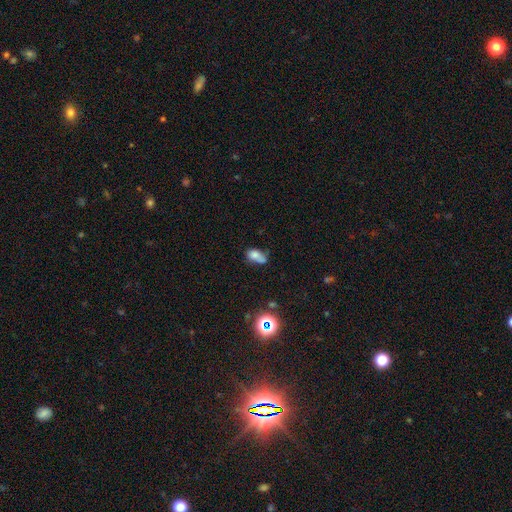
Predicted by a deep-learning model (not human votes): smooth_or_featured: smooth (p=0.71) [alt: featured or disk p=0.16]
how_rounded: in between (p=0.83) [alt: round p=0.14]
merging: none (p=0.34) [alt: minor disturbance p=0.27]